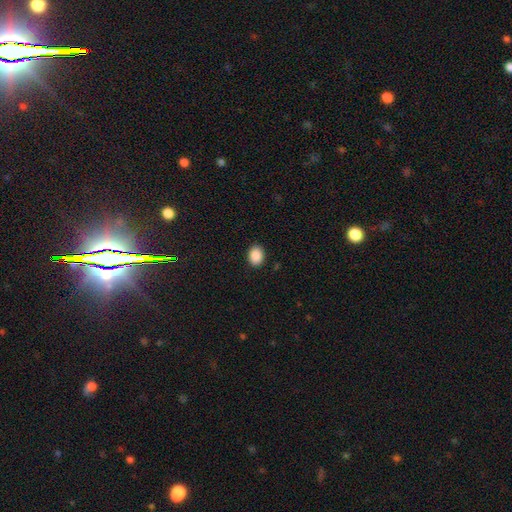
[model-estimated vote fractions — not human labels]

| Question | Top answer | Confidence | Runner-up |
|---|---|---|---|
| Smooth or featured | smooth | 89% | star or artifact (8%) |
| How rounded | in between | 63% | round (36%) |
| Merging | none | 90% | minor disturbance (7%) |